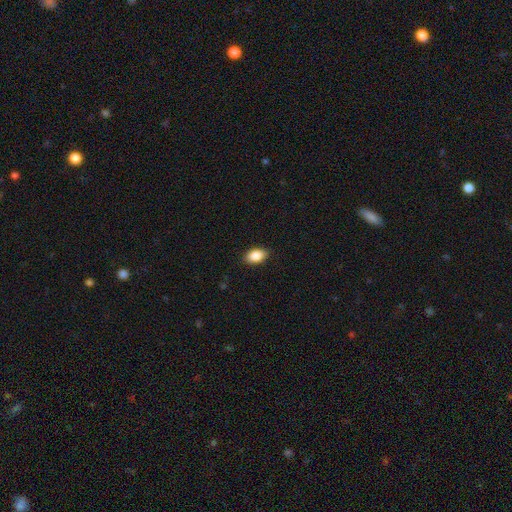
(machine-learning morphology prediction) Smooth or featured: smooth — 87% (star or artifact — 8%)
How rounded: in between — 89% (round — 9%)
Merging: none — 88% (minor disturbance — 9%)